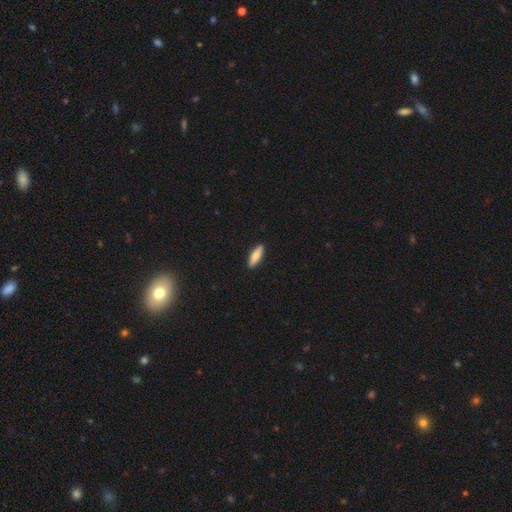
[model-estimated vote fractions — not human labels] Morphology: type=smooth (77%); roundness=cigar-shaped (59%); merging=none (91%).